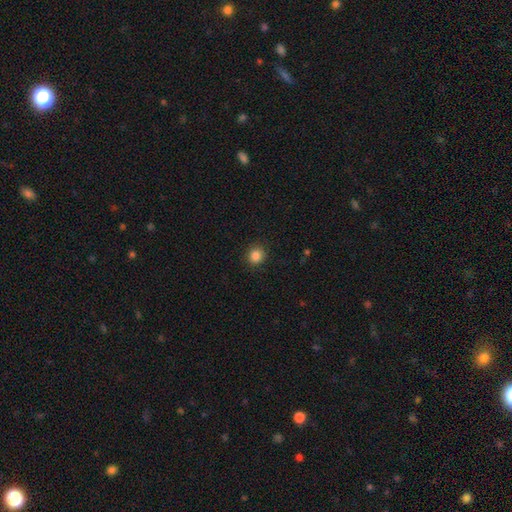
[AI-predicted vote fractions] Smooth or featured? smooth (85%)
How rounded? round (86%)
Merging? none (90%)